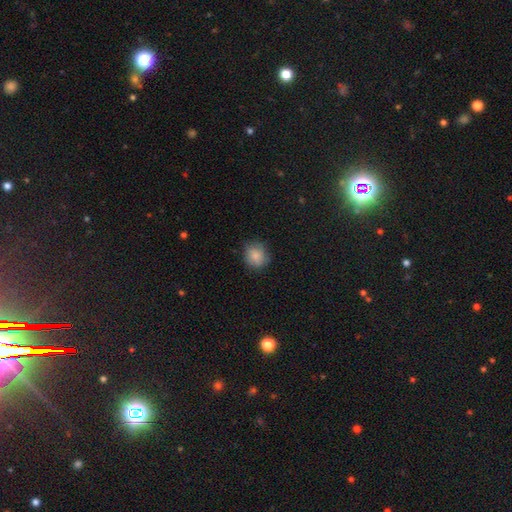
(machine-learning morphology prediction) Smooth or featured? smooth (84%)
How rounded? round (80%)
Merging? none (75%)